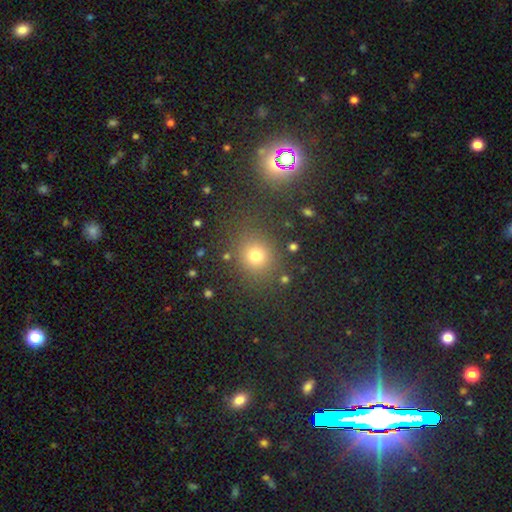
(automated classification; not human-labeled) A smooth galaxy with no disk features (73%) that is round (79%). Merging: none (79%).